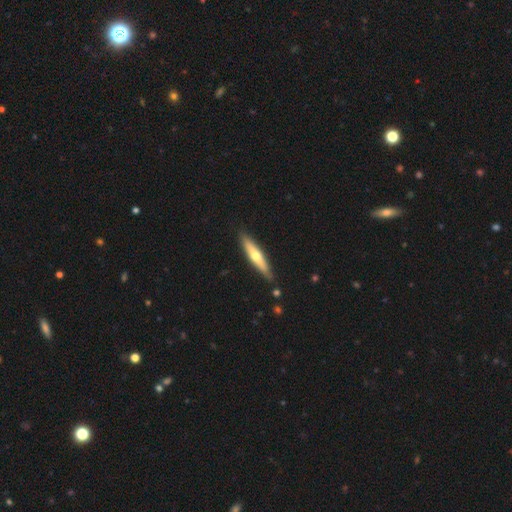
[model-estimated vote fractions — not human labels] featured or disk 49%, smooth 46%, star or artifact 5%. Down the decision tree: merging — none (87%).